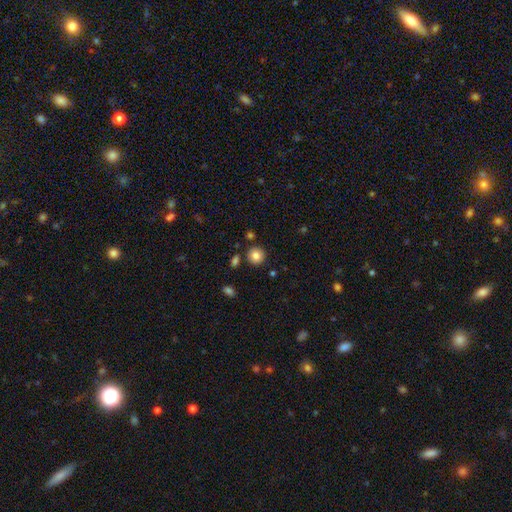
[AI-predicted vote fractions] Smooth or featured?
  - smooth: 84% *
  - star or artifact: 9%
  - featured or disk: 6%
How rounded?
  - round: 92% *
  - in between: 7%
  - cigar-shaped: 1%
Merging?
  - none: 87% *
  - minor disturbance: 7%
  - merger: 4%
  - major disturbance: 2%